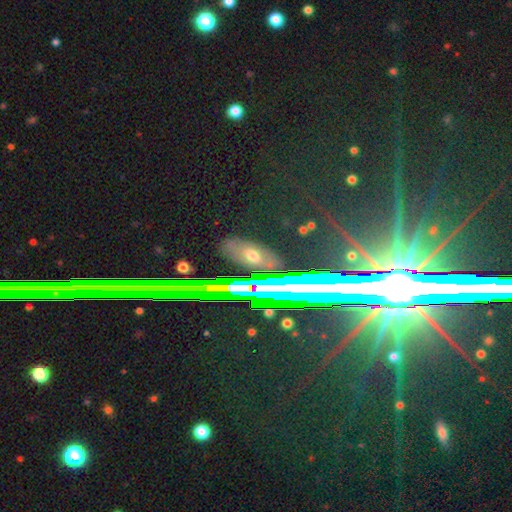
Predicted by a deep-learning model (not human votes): smooth_or_featured: star or artifact (p=0.70) [alt: featured or disk p=0.18]